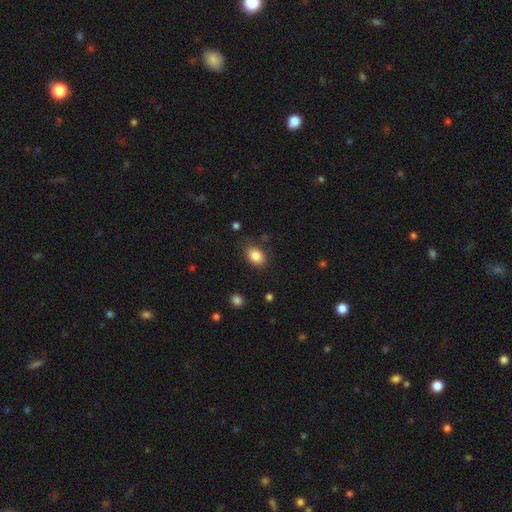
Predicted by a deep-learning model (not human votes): Smooth or featured? smooth (85%)
How rounded? in between (77%)
Merging? none (79%)